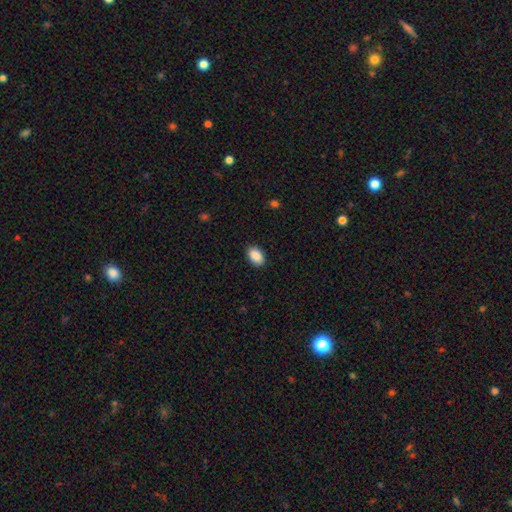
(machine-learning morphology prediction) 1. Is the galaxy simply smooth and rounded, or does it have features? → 90% smooth, 7% star or artifact, 3% featured or disk.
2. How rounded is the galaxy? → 89% in between, 10% round, 1% cigar-shaped.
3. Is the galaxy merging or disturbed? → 89% none, 8% minor disturbance, 2% major disturbance, 1% merger.